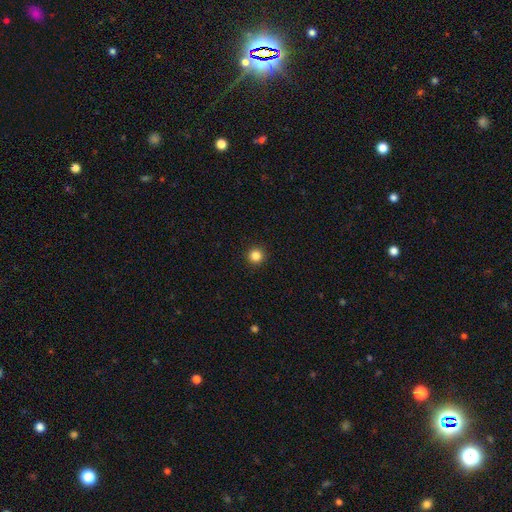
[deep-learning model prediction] Q: Smooth or featured?
A: smooth (84%); runner-up: star or artifact (12%)
Q: How rounded?
A: round (96%); runner-up: in between (3%)
Q: Merging?
A: none (94%); runner-up: minor disturbance (4%)